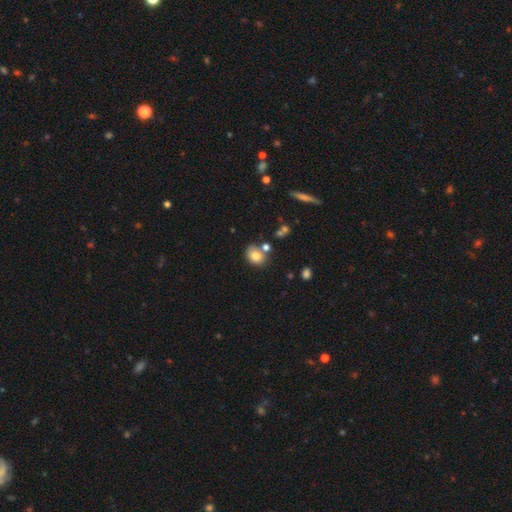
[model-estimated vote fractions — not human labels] smooth_or_featured: smooth (p=0.80) [alt: star or artifact p=0.10]
how_rounded: in between (p=0.57) [alt: round p=0.42]
merging: none (p=0.59) [alt: merger p=0.19]